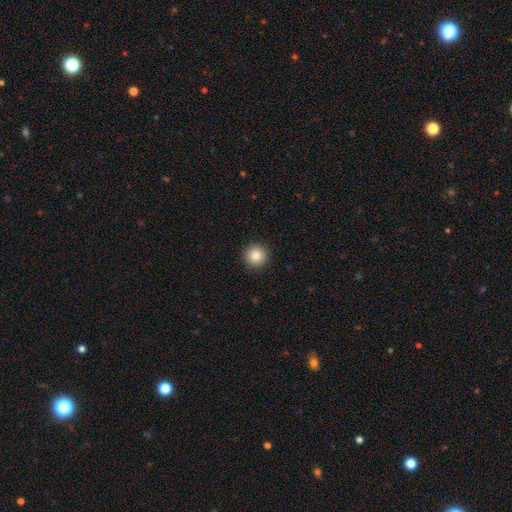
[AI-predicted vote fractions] This is clearly a smooth galaxy (83%). How rounded: clearly round (96%). Merging: clearly none (93%).